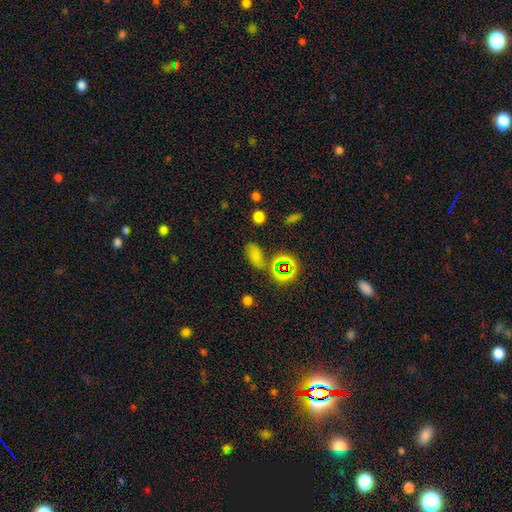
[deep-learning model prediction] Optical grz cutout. It shows a smooth galaxy with no disk features (60%) that is in between round and cigar-shaped (82%). Merging: none (57%).